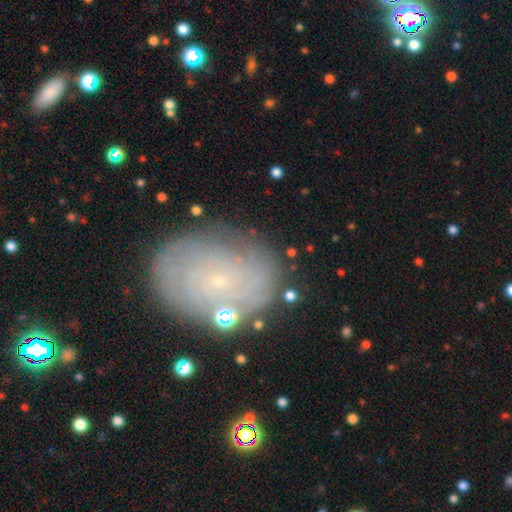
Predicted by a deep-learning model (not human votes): Smooth or featured? featured or disk (53%)
Edge-on disk? no (96%)
Bar? no (83%)
Spiral arms? yes (69%)
Bulge size? small (89%)
Merging? none (80%)